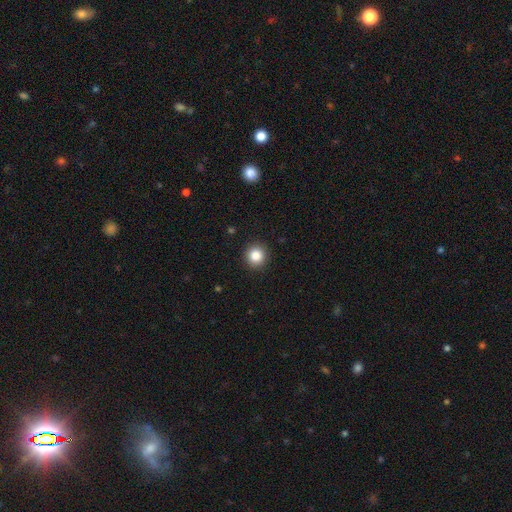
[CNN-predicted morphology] smooth-or-featured: smooth: 85% | star or artifact: 10% | featured or disk: 4%
  how-rounded: round: 92% | in between: 7% | cigar-shaped: 1%
  merging: none: 91% | minor disturbance: 6% | major disturbance: 2% | merger: 1%